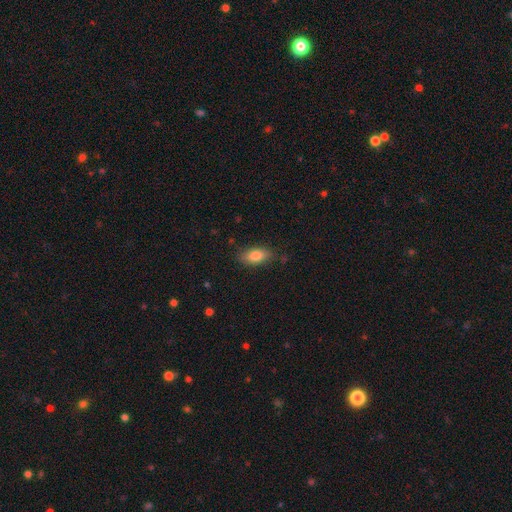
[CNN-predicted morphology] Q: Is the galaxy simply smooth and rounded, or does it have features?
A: smooth — 81%.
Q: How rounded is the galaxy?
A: in between — 87%.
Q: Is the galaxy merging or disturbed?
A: none — 82%.